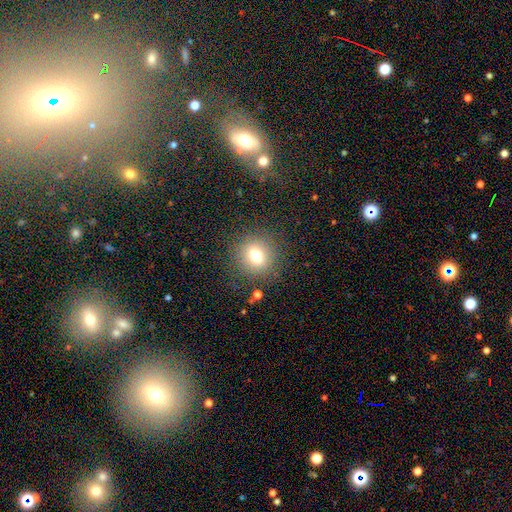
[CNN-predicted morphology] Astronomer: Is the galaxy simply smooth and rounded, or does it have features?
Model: smooth — 74%.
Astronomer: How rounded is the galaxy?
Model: round — 84%.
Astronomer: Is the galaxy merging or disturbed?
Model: none — 85%.